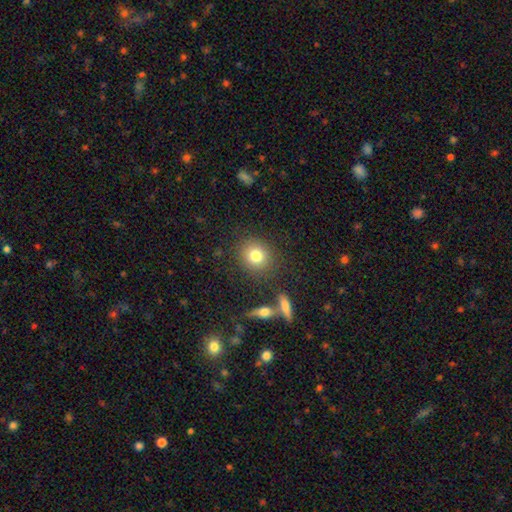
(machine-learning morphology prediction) type=smooth (80%); roundness=round (81%); merging=none (84%).